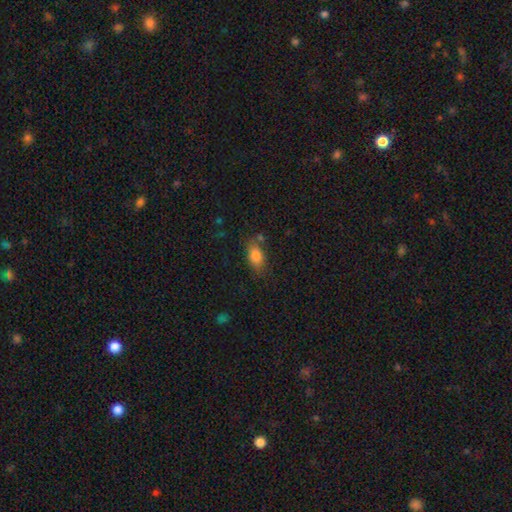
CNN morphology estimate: Smooth or featured? Predicted: smooth (p=0.82). How rounded? Predicted: in between (p=0.87). Merging? Predicted: none (p=0.70).